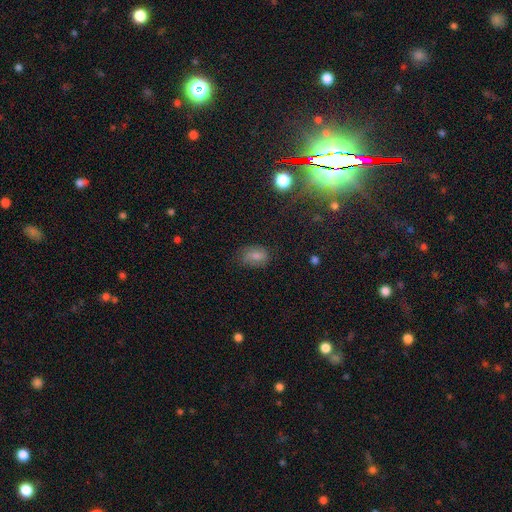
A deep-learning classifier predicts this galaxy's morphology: smooth 76%, featured or disk 13%, star or artifact 11%. Down the decision tree: how rounded — in between (82%); merging — none (67%).